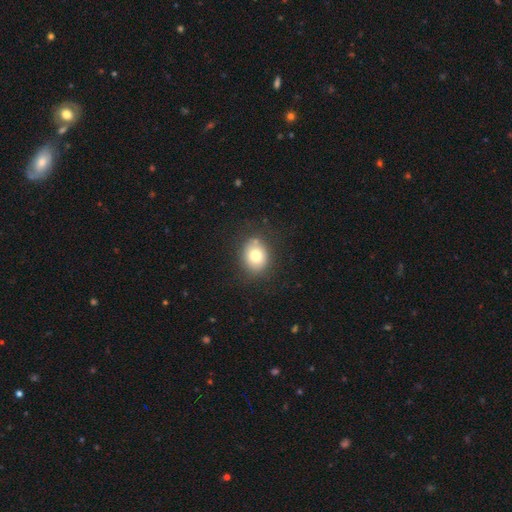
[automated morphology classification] smooth 76%, featured or disk 14%, star or artifact 10%. Down the decision tree: how rounded — round (58%); merging — none (80%).